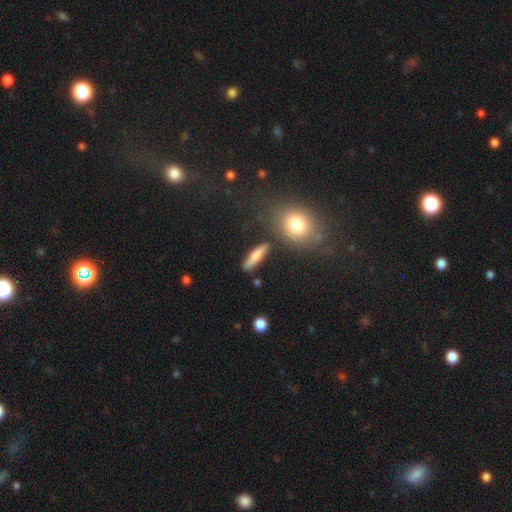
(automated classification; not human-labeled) This is likely a smooth galaxy (72%). How rounded: likely cigar-shaped (73%). Merging: clearly none (82%).